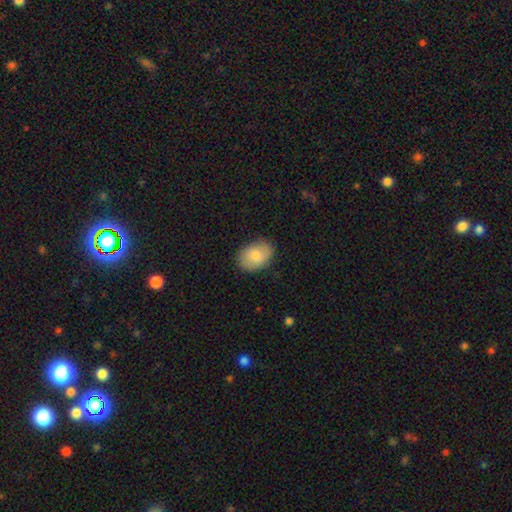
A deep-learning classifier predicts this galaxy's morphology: smooth_or_featured: smooth (p=0.81) [alt: featured or disk p=0.13]
how_rounded: in between (p=0.79) [alt: round p=0.20]
merging: none (p=0.82) [alt: minor disturbance p=0.14]